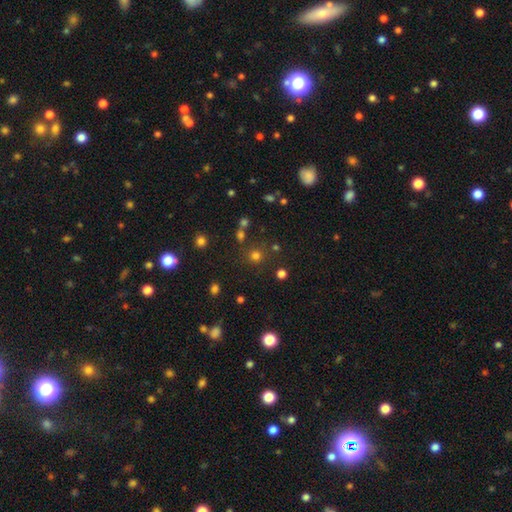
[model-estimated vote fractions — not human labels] Q: Smooth or featured?
A: smooth (71%); runner-up: star or artifact (23%)
Q: How rounded?
A: round (92%); runner-up: in between (7%)
Q: Merging?
A: none (80%); runner-up: minor disturbance (8%)